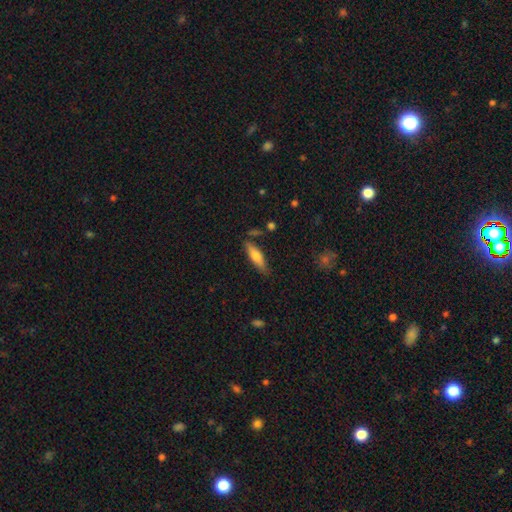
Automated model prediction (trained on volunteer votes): Smooth or featured: smooth — 65% (featured or disk — 29%)
How rounded: cigar-shaped — 58% (in between — 40%)
Merging: none — 80% (minor disturbance — 14%)